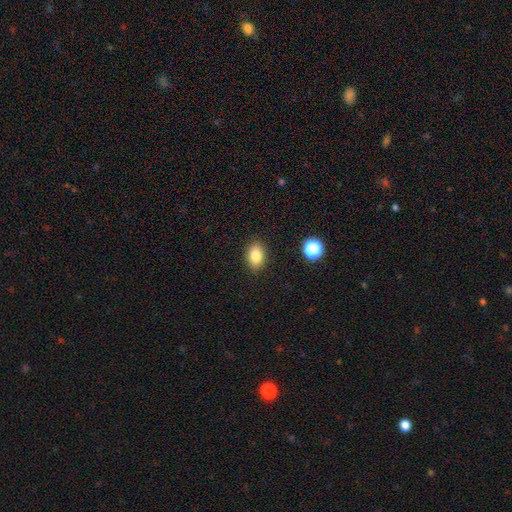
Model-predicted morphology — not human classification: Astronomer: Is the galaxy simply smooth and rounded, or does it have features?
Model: smooth — 83%.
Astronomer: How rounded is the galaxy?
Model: in between — 82%.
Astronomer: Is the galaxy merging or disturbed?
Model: none — 88%.